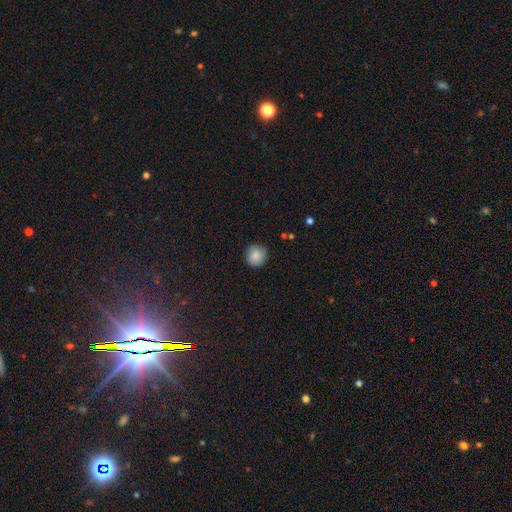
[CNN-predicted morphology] Smooth or featured?
  - smooth: 83% *
  - featured or disk: 9%
  - star or artifact: 8%
How rounded?
  - round: 92% *
  - in between: 7%
  - cigar-shaped: 1%
Merging?
  - none: 86% *
  - minor disturbance: 10%
  - major disturbance: 2%
  - merger: 1%